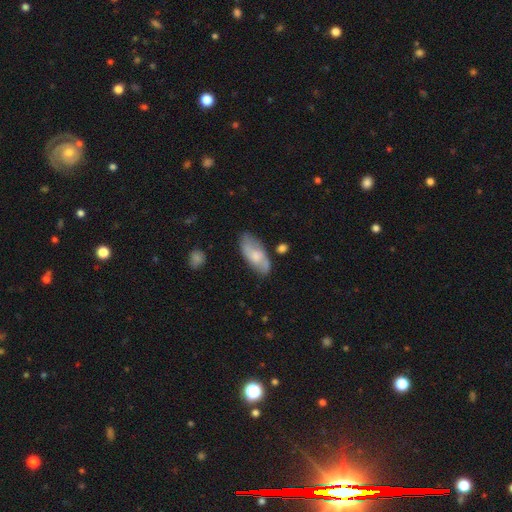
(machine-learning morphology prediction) A smooth galaxy with no disk features (57%) that is in between round and cigar-shaped (88%).

Vote fractions:
- Smooth or featured? smooth: 57% / featured or disk: 37% / star or artifact: 6%
- How rounded? in between: 88% / cigar-shaped: 10% / round: 3%
- Merging? none: 72% / minor disturbance: 20% / major disturbance: 4% / merger: 3%